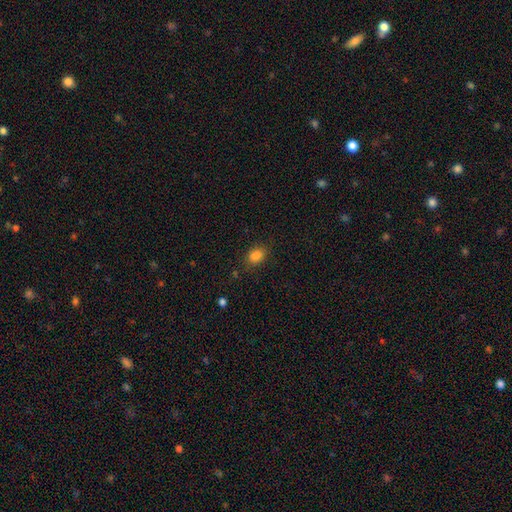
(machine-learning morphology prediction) type=smooth (85%); roundness=in between (70%); merging=none (81%).